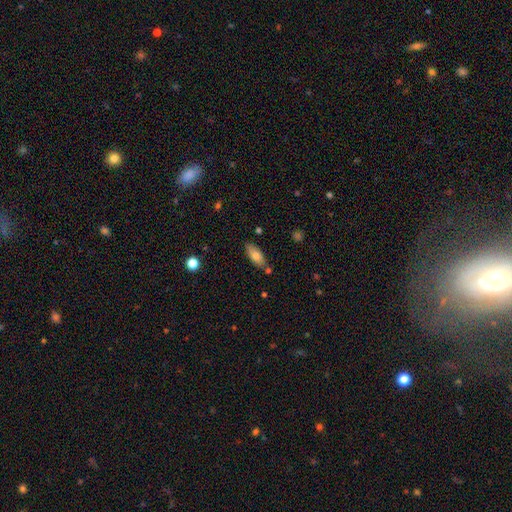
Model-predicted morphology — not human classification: Q: Smooth or featured?
A: smooth (76%); runner-up: featured or disk (17%)
Q: How rounded?
A: in between (84%); runner-up: cigar-shaped (13%)
Q: Merging?
A: none (77%); runner-up: minor disturbance (14%)